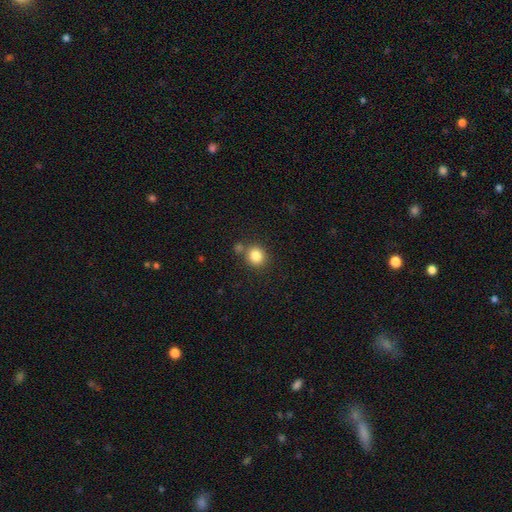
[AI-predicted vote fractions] Smooth or featured: smooth — 83% (star or artifact — 11%)
How rounded: round — 84% (in between — 15%)
Merging: none — 75% (merger — 13%)